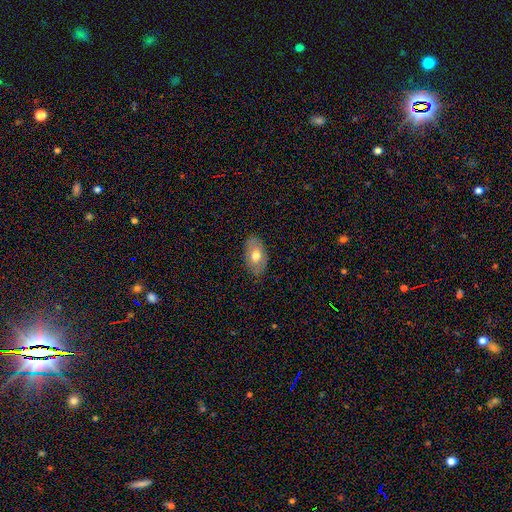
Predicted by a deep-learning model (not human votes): Morphology: type=smooth (62%); roundness=in between (92%); merging=none (81%).